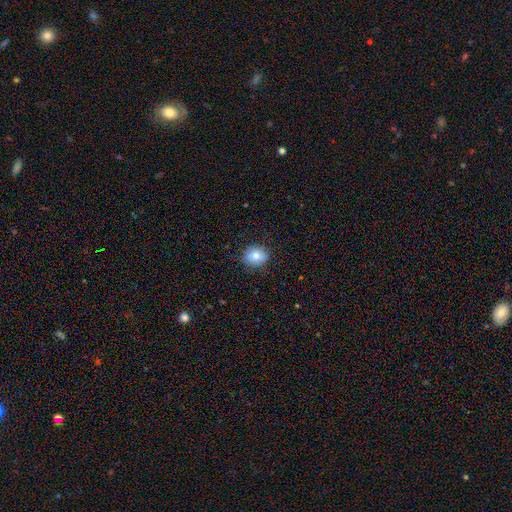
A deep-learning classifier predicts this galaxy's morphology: Smooth or featured? smooth (77%)
How rounded? round (61%)
Merging? none (85%)